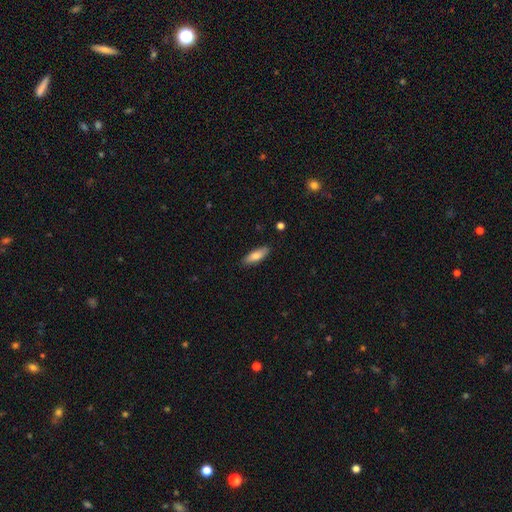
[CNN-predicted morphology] Smooth or featured: smooth — 78% (featured or disk — 16%)
How rounded: in between — 58% (cigar-shaped — 40%)
Merging: none — 87% (minor disturbance — 10%)